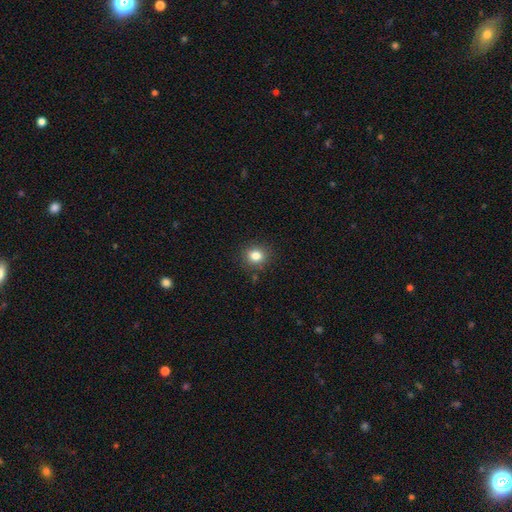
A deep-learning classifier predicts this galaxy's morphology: Smooth or featured: smooth — 82% (star or artifact — 12%)
How rounded: round — 81% (in between — 19%)
Merging: none — 87% (minor disturbance — 9%)